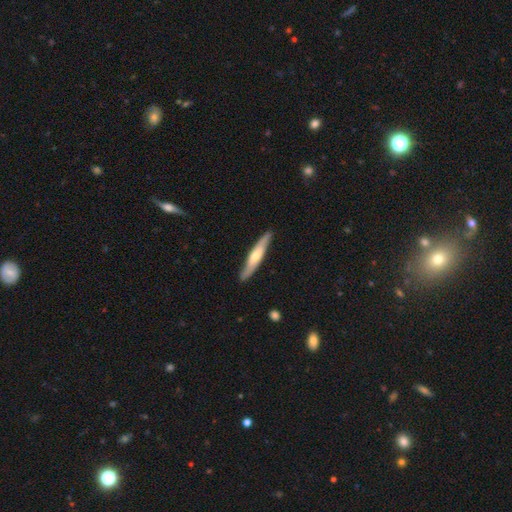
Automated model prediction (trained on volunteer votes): Overall: featured or disk (51%; smooth 44%). Edge-on disk: yes (86%). Merging: none (87%).